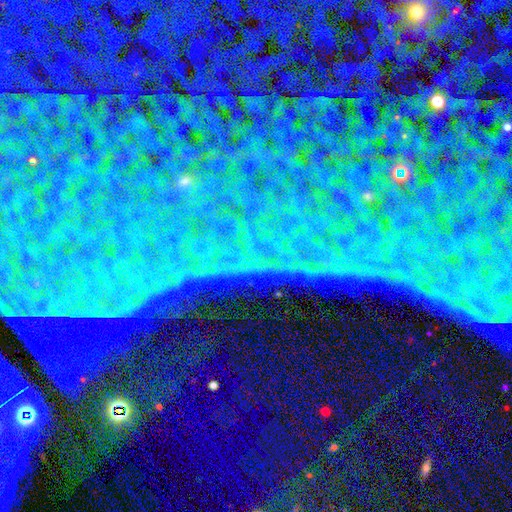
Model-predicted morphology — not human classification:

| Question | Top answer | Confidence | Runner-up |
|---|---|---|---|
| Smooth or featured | star or artifact | 86% | featured or disk (8%) |